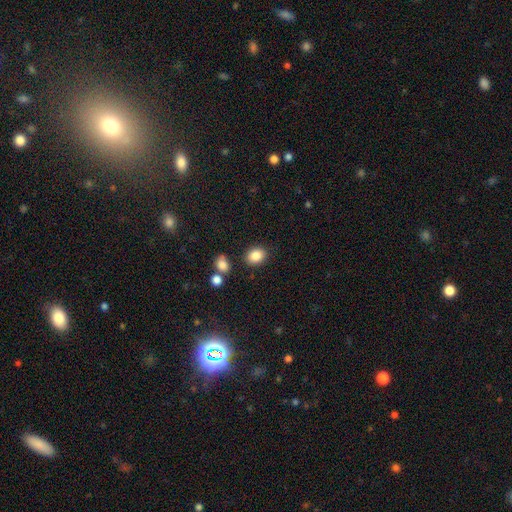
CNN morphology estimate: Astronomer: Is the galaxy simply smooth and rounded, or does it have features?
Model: smooth — 86%.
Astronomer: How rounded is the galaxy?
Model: in between — 60% (runner-up: round, 39%).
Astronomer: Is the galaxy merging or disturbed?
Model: none — 83%.